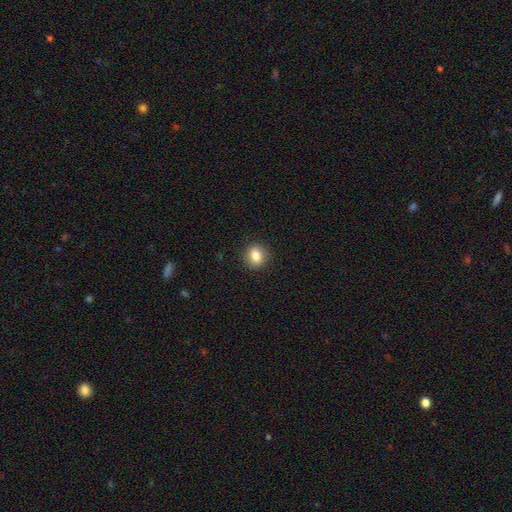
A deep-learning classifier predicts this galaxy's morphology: Overall: smooth (81%). How rounded: round (67%; in between 32%). Merging: none (89%).